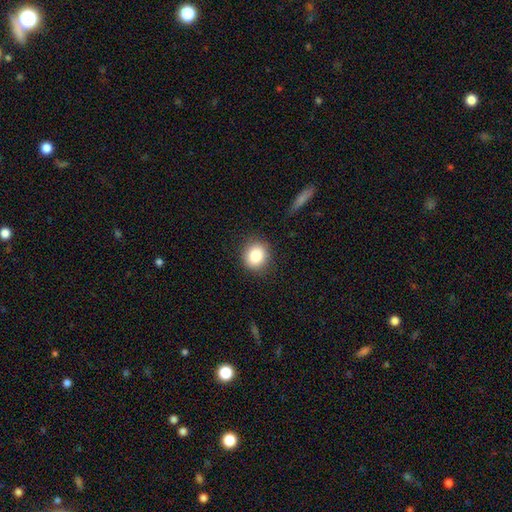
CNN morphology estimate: The model was most divided on "how rounded": round: 78%, in between: 21%, cigar-shaped: 1%. More confident: merging — none (87%); smooth or featured — smooth (84%).